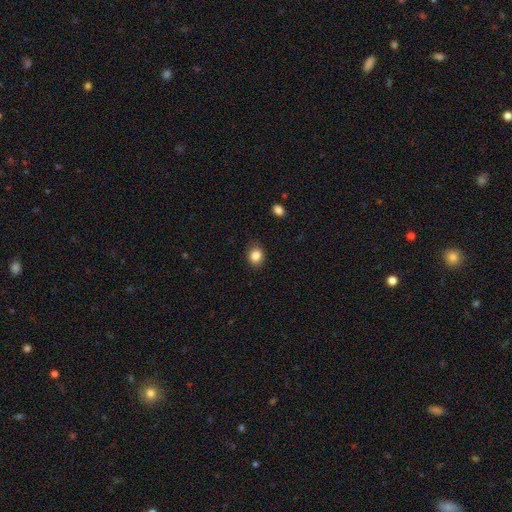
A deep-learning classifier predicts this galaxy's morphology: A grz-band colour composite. It shows a smooth galaxy with no disk features (85%) that is round (63%). Merging: none (87%).